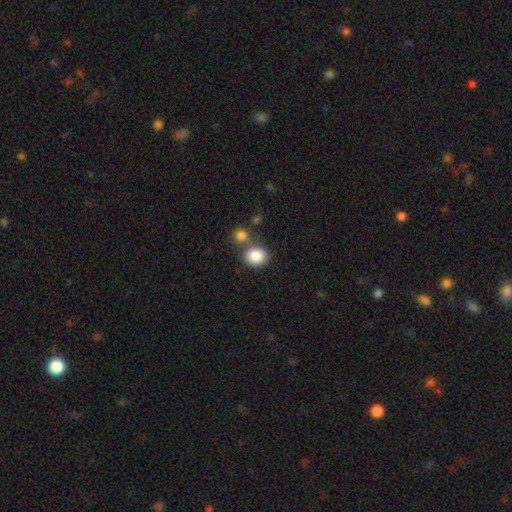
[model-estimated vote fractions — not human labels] smooth_or_featured: smooth (p=0.86) [alt: star or artifact p=0.09]
how_rounded: round (p=0.80) [alt: in between p=0.19]
merging: none (p=0.61) [alt: merger p=0.25]